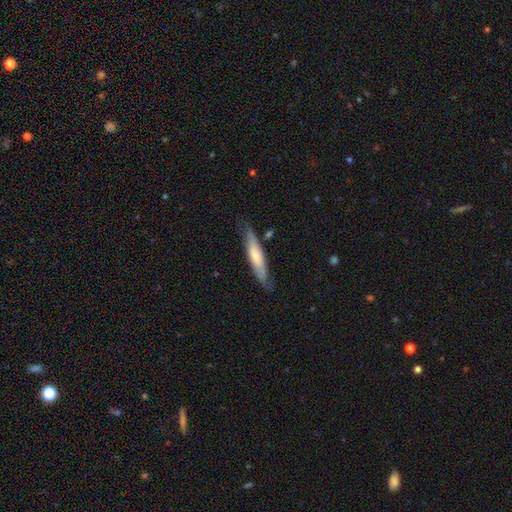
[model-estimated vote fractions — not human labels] A smooth galaxy with no disk features (51%) that is cigar-shaped (82%). Merging: none (74%).